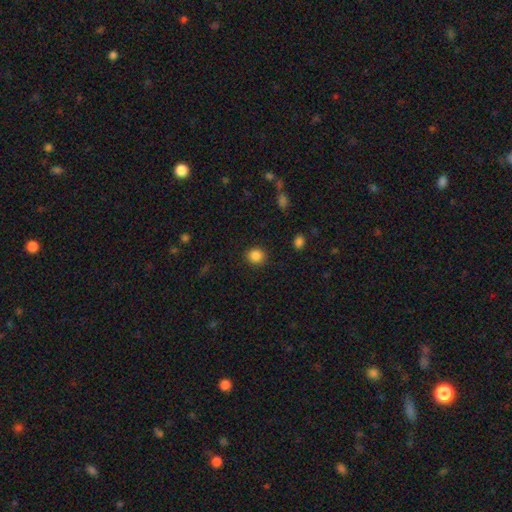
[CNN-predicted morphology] smooth_or_featured: smooth (p=0.86) [alt: star or artifact p=0.10]
how_rounded: round (p=0.83) [alt: in between p=0.16]
merging: none (p=0.90) [alt: minor disturbance p=0.07]